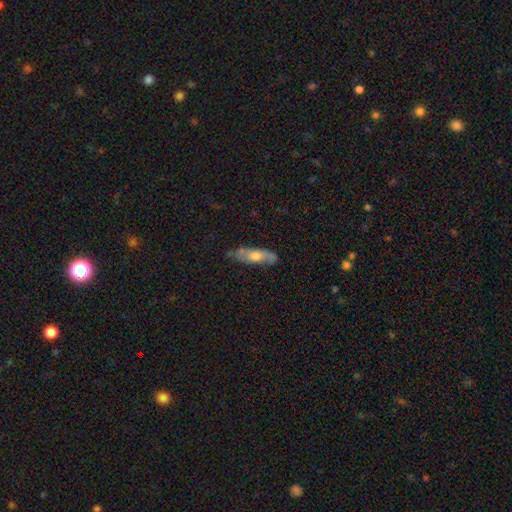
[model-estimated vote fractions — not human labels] This appears to be a featured or disk galaxy (51%). Merging: none (69%).